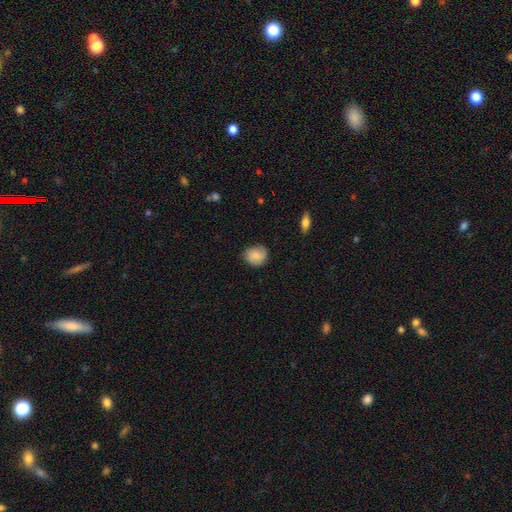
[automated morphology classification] Smooth or featured? smooth (78%)
How rounded? round (79%)
Merging? none (76%)